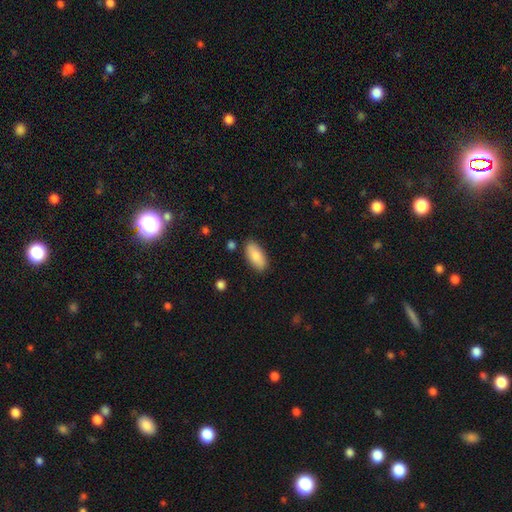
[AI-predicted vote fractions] Q: Smooth or featured?
A: smooth (85%); runner-up: featured or disk (10%)
Q: How rounded?
A: in between (90%); runner-up: cigar-shaped (8%)
Q: Merging?
A: none (86%); runner-up: minor disturbance (10%)